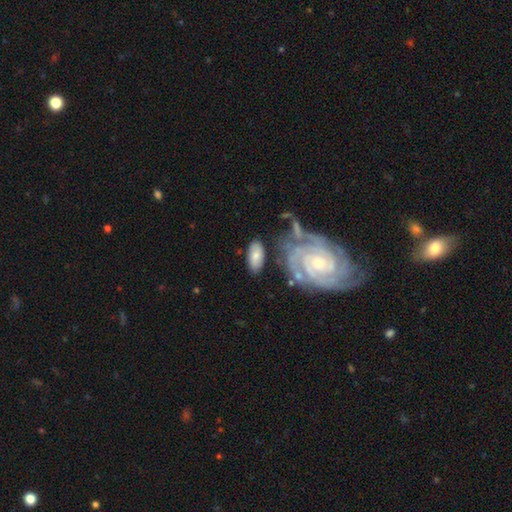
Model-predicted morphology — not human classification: Smooth or featured?
  - smooth: 61% *
  - featured or disk: 33%
  - star or artifact: 6%
How rounded?
  - in between: 91% *
  - cigar-shaped: 6%
  - round: 4%
Merging?
  - none: 68% *
  - minor disturbance: 16%
  - merger: 9%
  - major disturbance: 7%